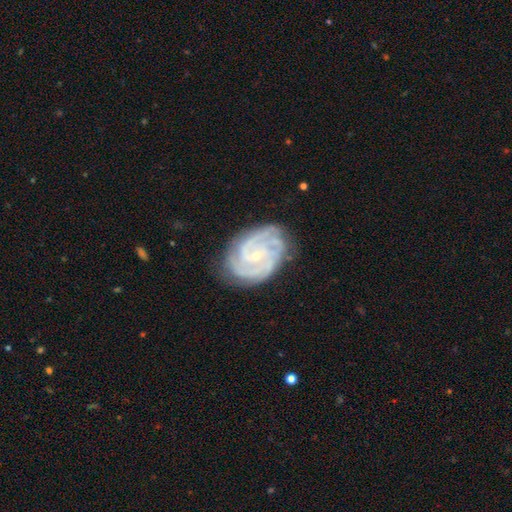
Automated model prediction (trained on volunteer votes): smooth_or_featured: featured or disk (p=0.89) [alt: smooth p=0.06]
disk_edge_on: no (p=0.98) [alt: yes p=0.02]
bar: no (p=0.64) [alt: weak p=0.28]
has_spiral_arms: yes (p=0.98) [alt: no p=0.02]
spiral_winding: tight (p=0.73) [alt: medium p=0.24]
spiral_arm_count: 3 (p=0.32) [alt: 4 p=0.21]
bulge_size: small (p=0.80) [alt: moderate p=0.16]
merging: none (p=0.77) [alt: minor disturbance p=0.18]